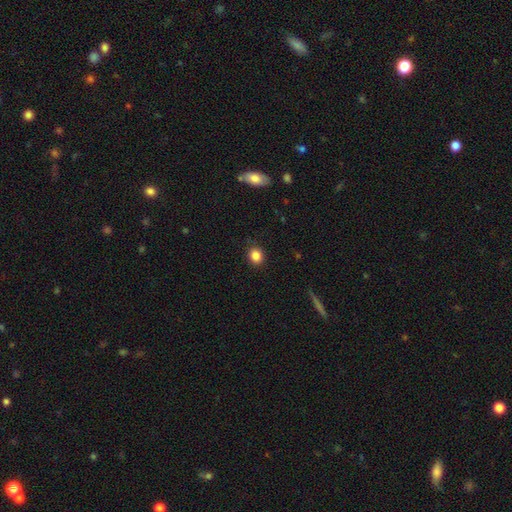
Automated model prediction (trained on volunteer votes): Overall: smooth (85%). How rounded: round (74%). Merging: none (86%).